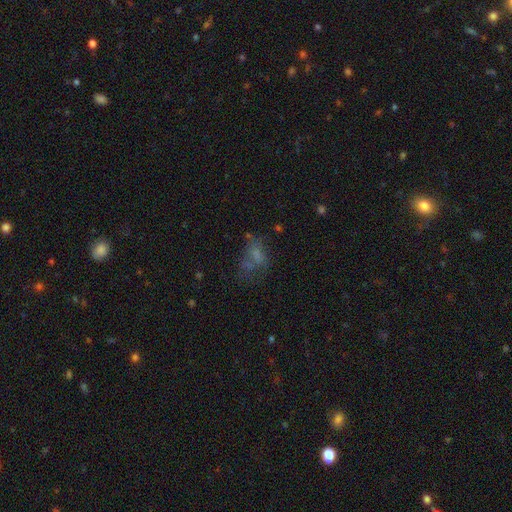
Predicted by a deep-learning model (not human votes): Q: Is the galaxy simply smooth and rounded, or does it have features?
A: smooth — 50%.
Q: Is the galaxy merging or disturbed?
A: none — 37%.